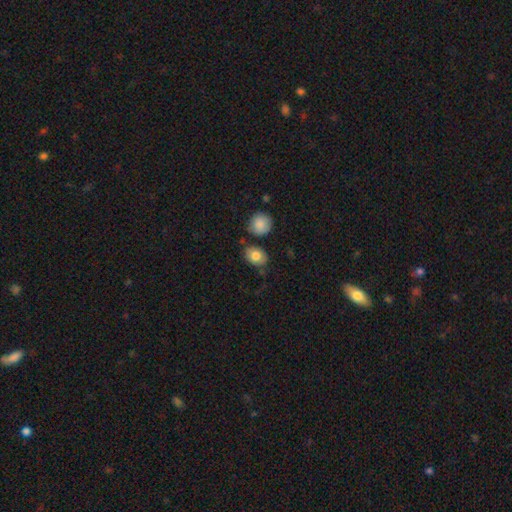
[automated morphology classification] smooth 81%, featured or disk 12%, star or artifact 8%. Down the decision tree: how rounded — in between (62%); merging — none (72%).